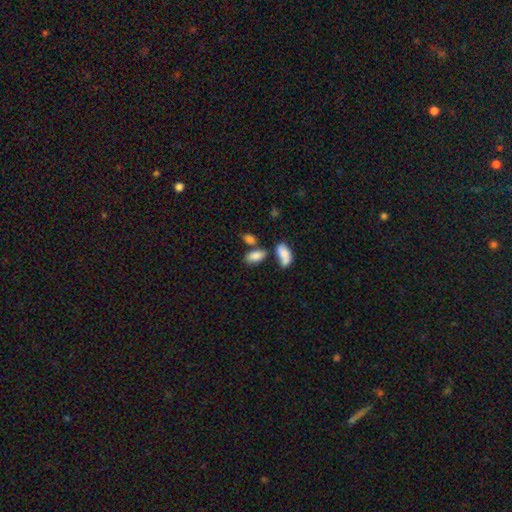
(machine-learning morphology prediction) Smooth or featured? smooth (84%)
How rounded? in between (92%)
Merging? none (55%)